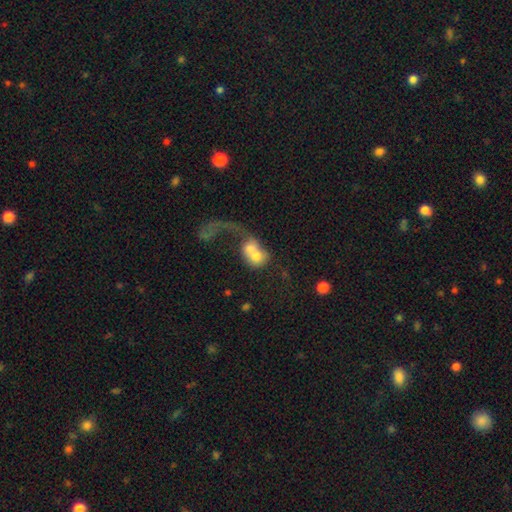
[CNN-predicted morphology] A smooth galaxy with no disk features (56%) that is round (55%). Merging: merger (71%).